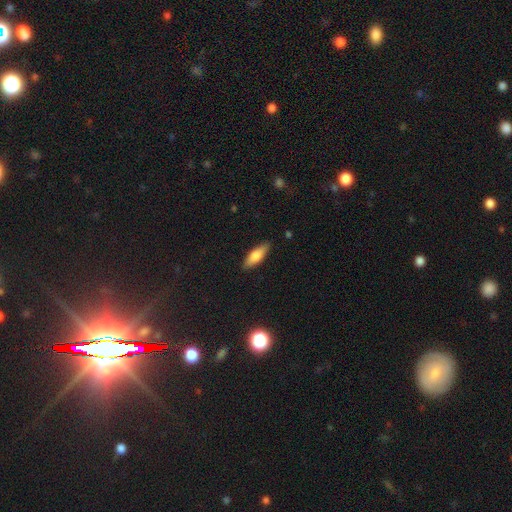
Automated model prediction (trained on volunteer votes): A smooth galaxy with no disk features (70%) that is in between round and cigar-shaped (58%). Merging: none (86%).